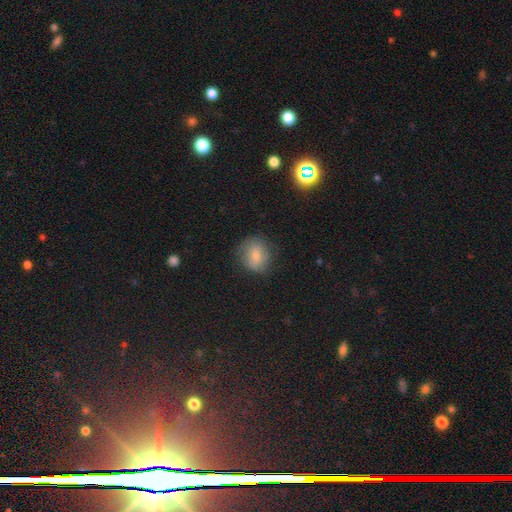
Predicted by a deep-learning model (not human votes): Smooth or featured?
  - smooth: 74% *
  - featured or disk: 17%
  - star or artifact: 9%
How rounded?
  - round: 65% *
  - in between: 33%
  - cigar-shaped: 1%
Merging?
  - none: 74% *
  - minor disturbance: 19%
  - major disturbance: 6%
  - merger: 1%